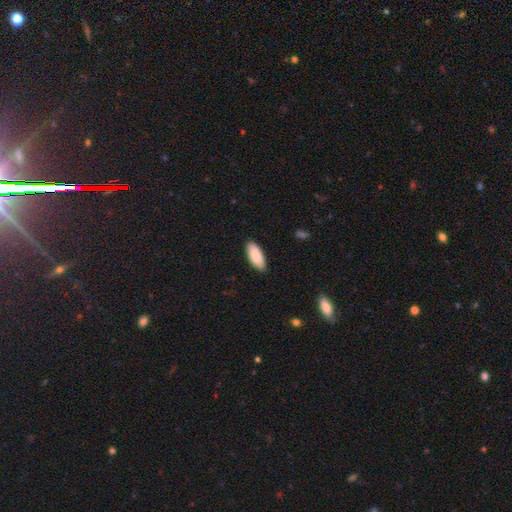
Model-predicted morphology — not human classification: type=smooth (88%); roundness=in between (81%); merging=none (88%).